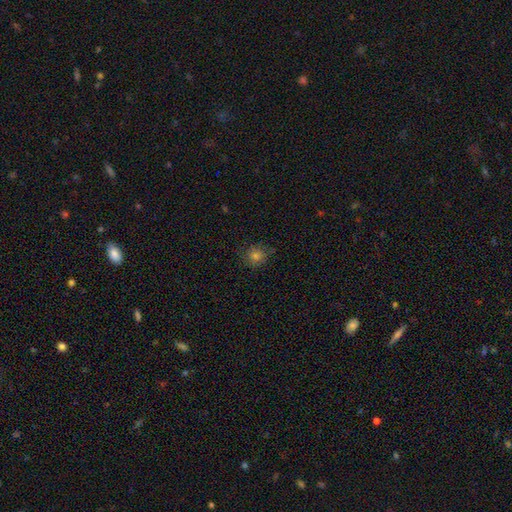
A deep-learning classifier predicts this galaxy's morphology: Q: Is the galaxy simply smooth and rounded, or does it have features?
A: smooth — 70%.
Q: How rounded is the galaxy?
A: round — 89%.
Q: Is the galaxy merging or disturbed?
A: none — 82%.